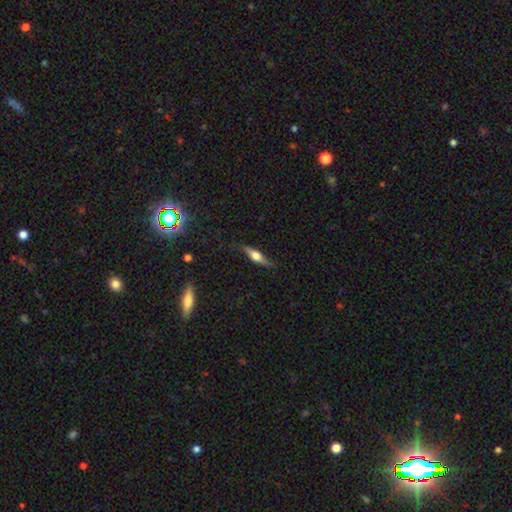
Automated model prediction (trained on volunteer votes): This appears to be a featured or disk galaxy (55%) viewed edge-on (92%) with a rounded central bulge (91%). Merging: none (77%).